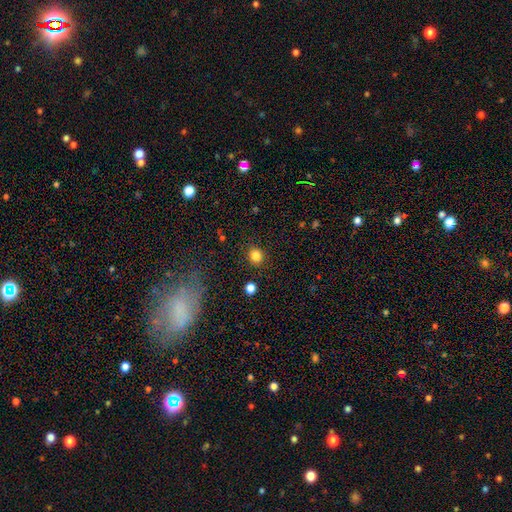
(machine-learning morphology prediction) Q: Smooth or featured?
A: smooth (83%); runner-up: star or artifact (12%)
Q: How rounded?
A: round (84%); runner-up: in between (15%)
Q: Merging?
A: none (90%); runner-up: minor disturbance (7%)